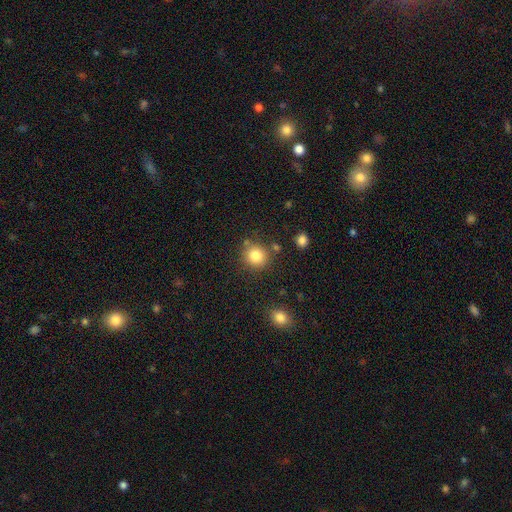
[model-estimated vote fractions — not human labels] Smooth or featured?
  - smooth: 82% *
  - star or artifact: 11%
  - featured or disk: 7%
How rounded?
  - round: 89% *
  - in between: 10%
  - cigar-shaped: 1%
Merging?
  - none: 79% *
  - minor disturbance: 10%
  - merger: 7%
  - major disturbance: 3%